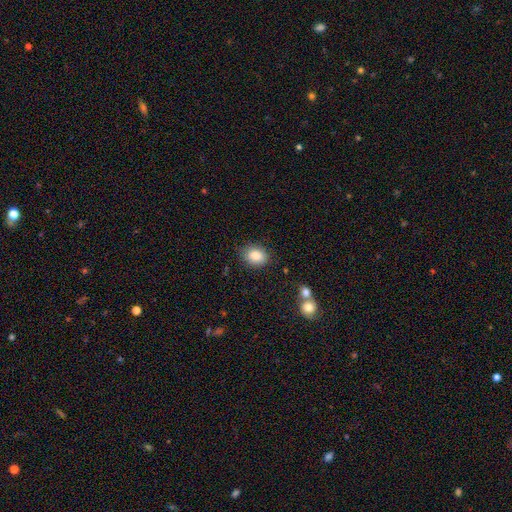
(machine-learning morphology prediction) Smooth or featured?
  - smooth: 86% *
  - star or artifact: 8%
  - featured or disk: 6%
How rounded?
  - in between: 63% *
  - round: 36%
  - cigar-shaped: 1%
Merging?
  - none: 81% *
  - minor disturbance: 13%
  - major disturbance: 3%
  - merger: 2%